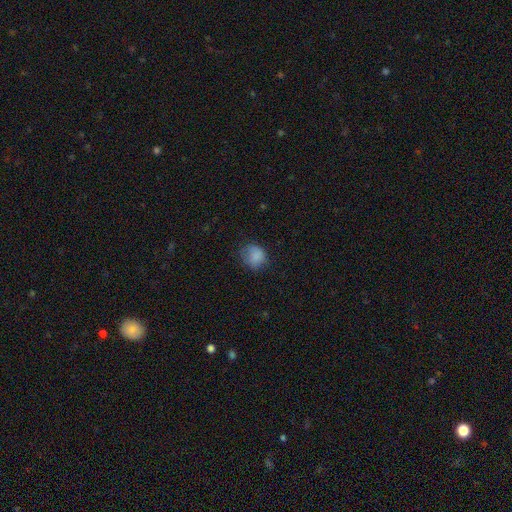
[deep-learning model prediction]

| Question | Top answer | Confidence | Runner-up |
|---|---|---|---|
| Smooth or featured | smooth | 84% | star or artifact (10%) |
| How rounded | round | 71% | in between (28%) |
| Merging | none | 67% | minor disturbance (24%) |